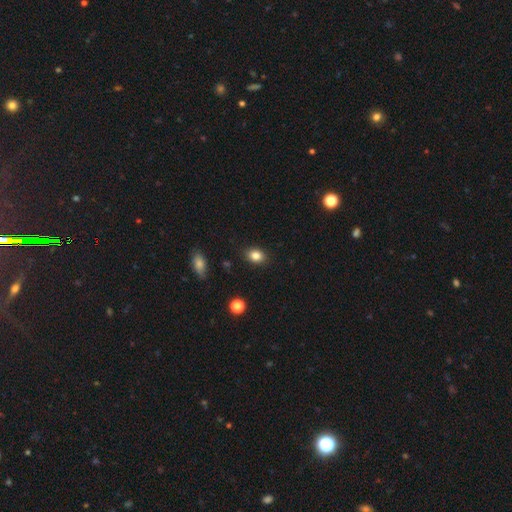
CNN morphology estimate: Smooth or featured?
  - smooth: 84% *
  - star or artifact: 10%
  - featured or disk: 6%
How rounded?
  - in between: 64% *
  - round: 35%
  - cigar-shaped: 1%
Merging?
  - none: 86% *
  - minor disturbance: 11%
  - major disturbance: 2%
  - merger: 1%